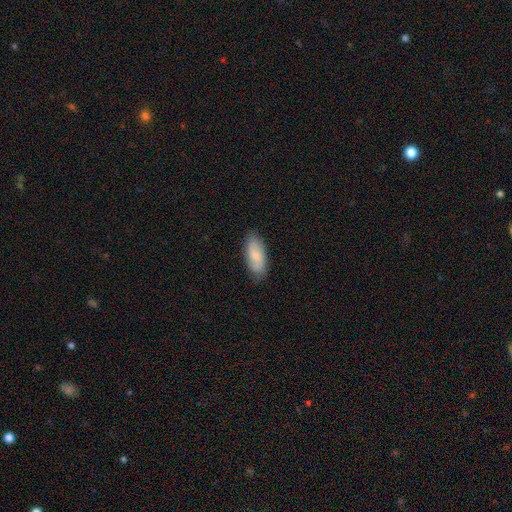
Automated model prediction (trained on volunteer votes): smooth-or-featured: smooth: 69% | featured or disk: 25% | star or artifact: 6%
  how-rounded: in between: 84% | cigar-shaped: 14% | round: 2%
  merging: none: 82% | minor disturbance: 14% | major disturbance: 3% | merger: 1%